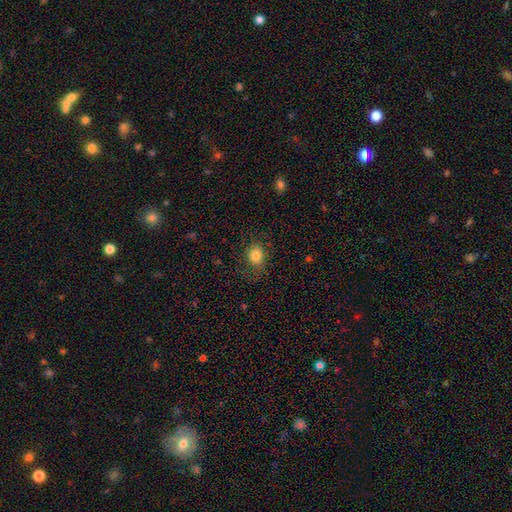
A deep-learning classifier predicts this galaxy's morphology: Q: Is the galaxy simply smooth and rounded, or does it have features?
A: smooth — 82%.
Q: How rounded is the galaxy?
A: round — 56%.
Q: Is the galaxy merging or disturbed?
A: none — 75%.